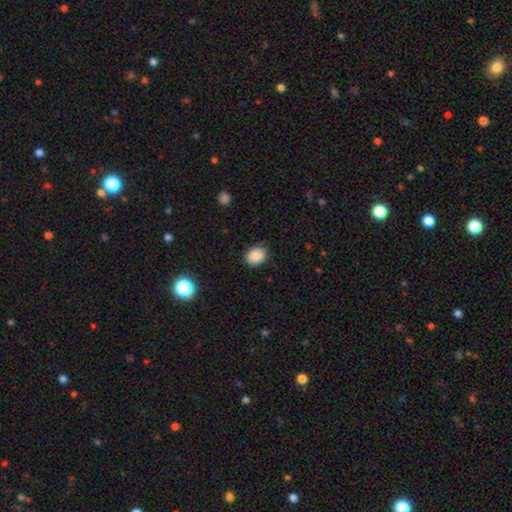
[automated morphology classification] A smooth galaxy with no disk features (86%) that is in between round and cigar-shaped (56%).

Vote fractions:
- Smooth or featured? smooth: 86% / star or artifact: 9% / featured or disk: 5%
- How rounded? in between: 56% / round: 44% / cigar-shaped: 1%
- Merging? none: 86% / minor disturbance: 11% / major disturbance: 2% / merger: 1%